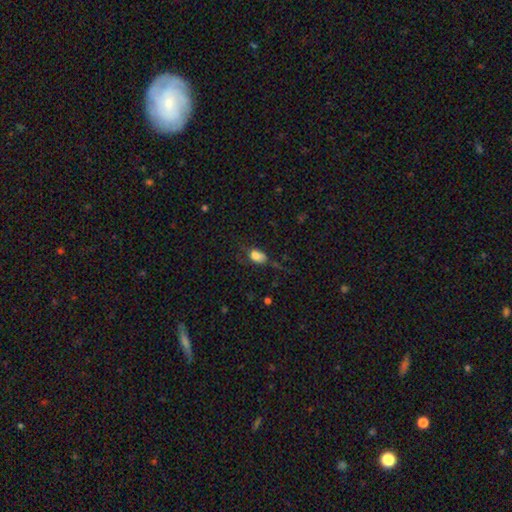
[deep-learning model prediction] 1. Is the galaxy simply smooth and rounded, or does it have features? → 80% smooth, 10% star or artifact, 10% featured or disk.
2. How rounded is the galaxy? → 85% in between, 13% round, 3% cigar-shaped.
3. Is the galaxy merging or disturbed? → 44% none, 32% minor disturbance, 21% major disturbance, 4% merger.